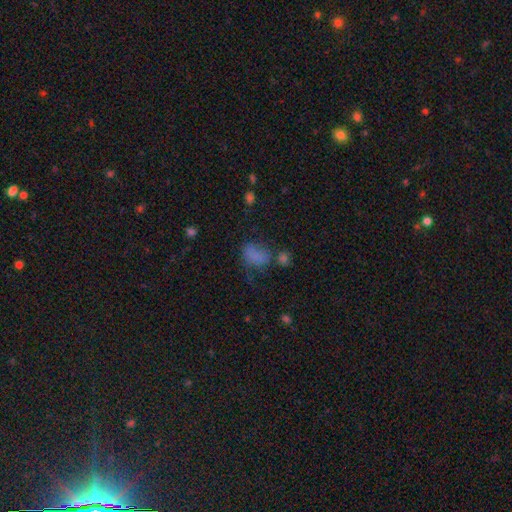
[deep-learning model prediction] smooth 73%, star or artifact 16%, featured or disk 11%. Down the decision tree: how rounded — in between (78%); merging — none (40%).